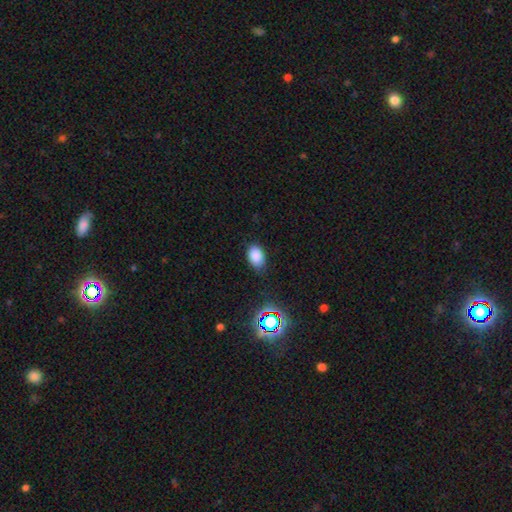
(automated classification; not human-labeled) A smooth galaxy with no disk features (83%) that is in between round and cigar-shaped (83%). Merging: none (80%).